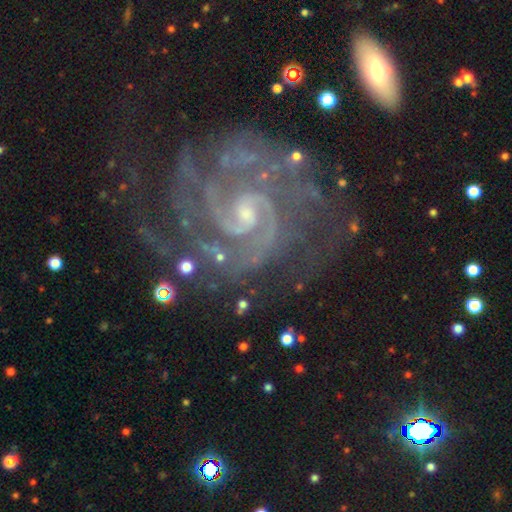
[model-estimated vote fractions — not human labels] The model was most divided on "bar" (2-way tie): weak: 43%, no: 43%, strong: 13%. More confident: spiral arms — yes (99%); edge-on disk — no (98%); smooth or featured — featured or disk (92%); bulge size — small (66%); merging — none (66%); spiral arm count — 2 (64%); spiral winding — tight (59%).